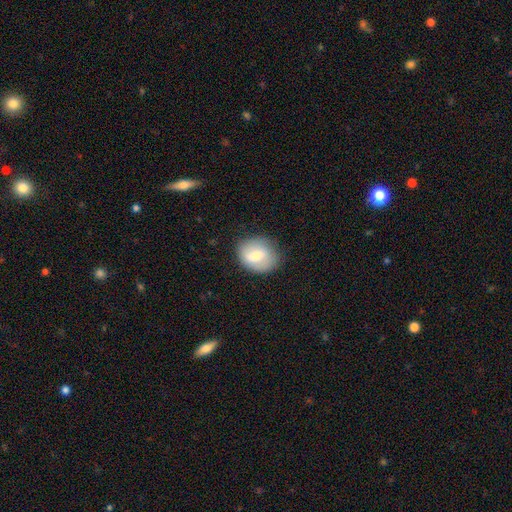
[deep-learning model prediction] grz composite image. It shows a smooth galaxy with no disk features (61%) that is round (58%). Merging: none (77%).